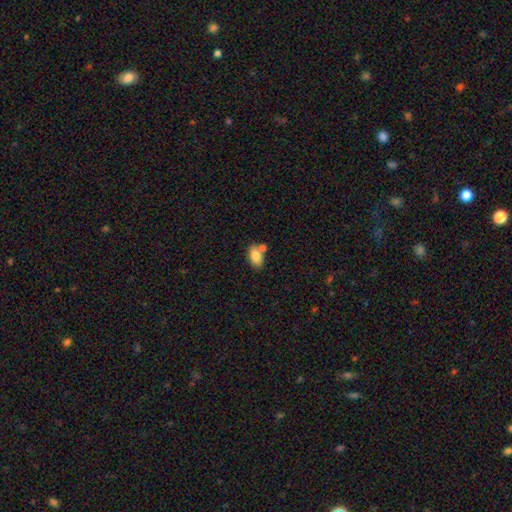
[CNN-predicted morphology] smooth 80%, featured or disk 12%, star or artifact 8%. Down the decision tree: how rounded — in between (90%); merging — none (57%).